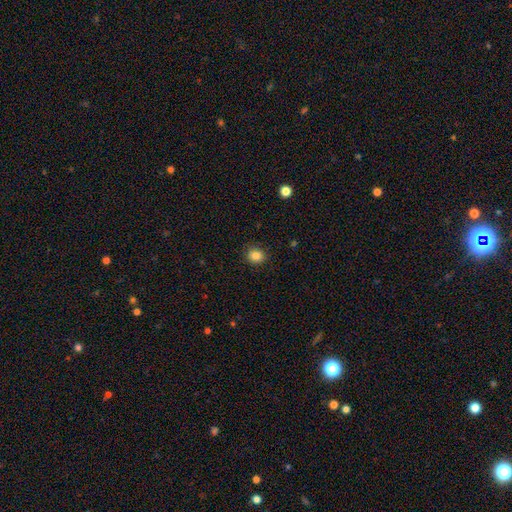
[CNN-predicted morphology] Smooth or featured: smooth — 85% (star or artifact — 11%)
How rounded: round — 74% (in between — 25%)
Merging: none — 88% (minor disturbance — 8%)